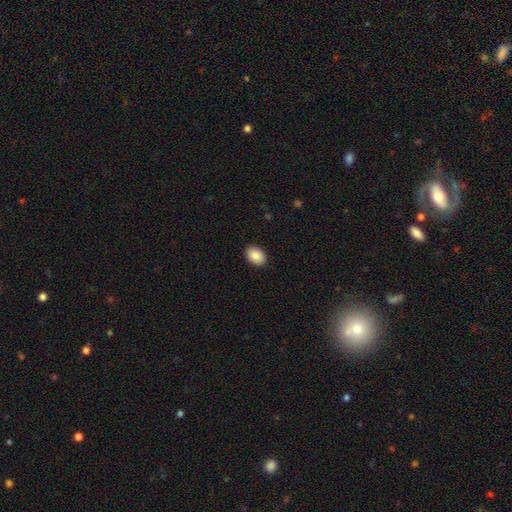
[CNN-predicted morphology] smooth-or-featured: smooth: 89% | star or artifact: 7% | featured or disk: 4%
  how-rounded: in between: 82% | round: 17% | cigar-shaped: 1%
  merging: none: 91% | minor disturbance: 7% | major disturbance: 2% | merger: 1%